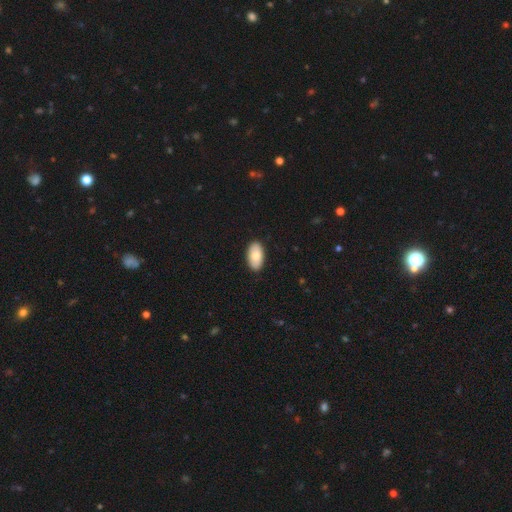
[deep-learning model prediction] smooth_or_featured: smooth (p=0.81) [alt: featured or disk p=0.13]
how_rounded: in between (p=0.95) [alt: round p=0.03]
merging: none (p=0.90) [alt: minor disturbance p=0.08]